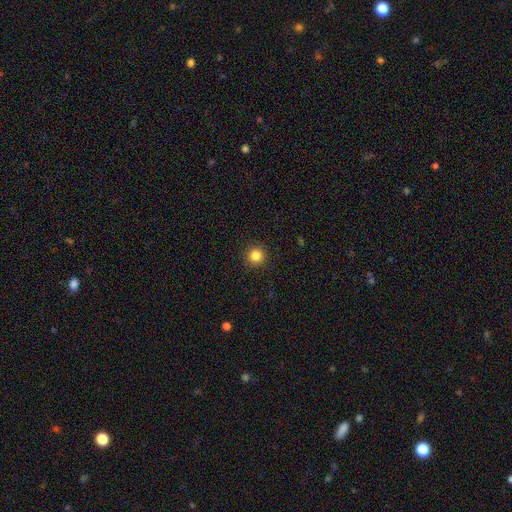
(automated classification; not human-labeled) The model was most divided on "smooth or featured": smooth: 84%, star or artifact: 12%, featured or disk: 4%. More confident: how rounded — round (95%); merging — none (93%).